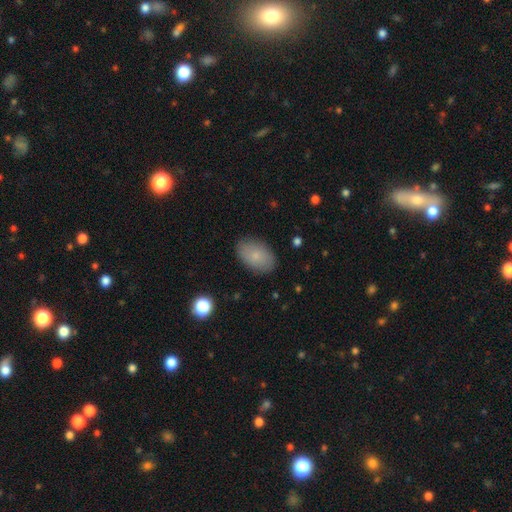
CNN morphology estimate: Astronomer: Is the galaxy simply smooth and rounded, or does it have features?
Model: smooth — 81%.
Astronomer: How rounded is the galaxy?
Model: in between — 90%.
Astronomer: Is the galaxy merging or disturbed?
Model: none — 86%.